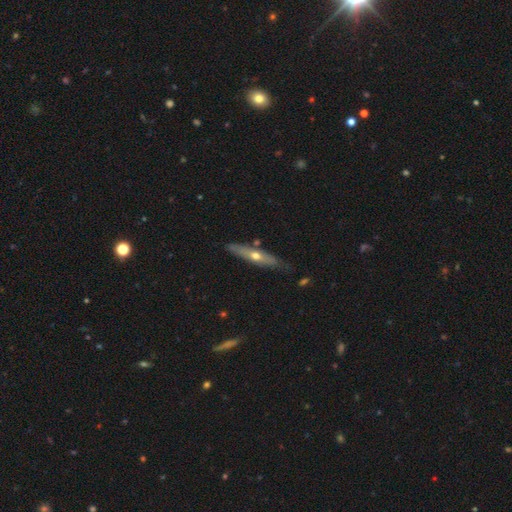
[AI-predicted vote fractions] A featured or disk galaxy (54%) viewed edge-on (77%). Merging: none (78%).